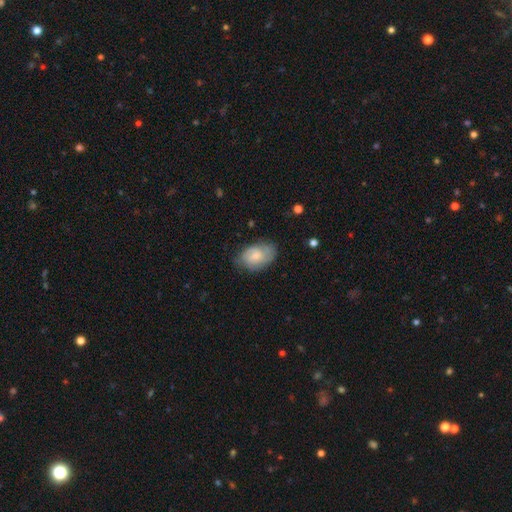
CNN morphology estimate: A featured or disk galaxy (52%). Merging: none (64%).